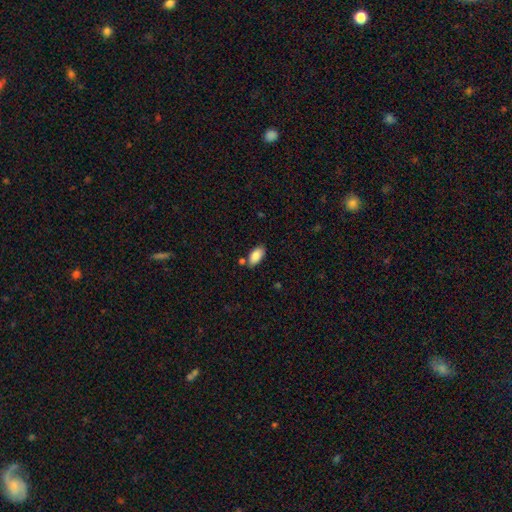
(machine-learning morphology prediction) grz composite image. It shows a smooth galaxy with no disk features (87%) that is in between round and cigar-shaped (93%). Merging: none (75%).